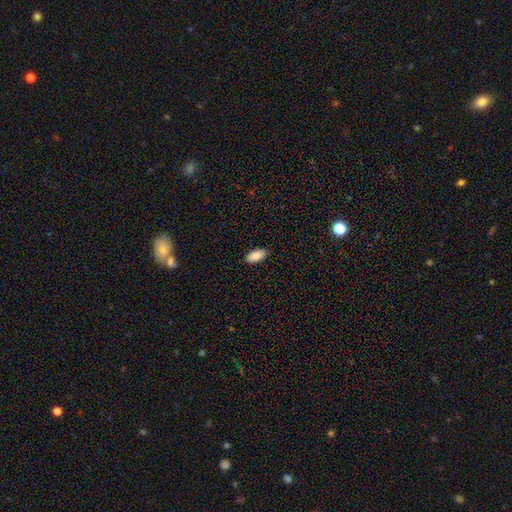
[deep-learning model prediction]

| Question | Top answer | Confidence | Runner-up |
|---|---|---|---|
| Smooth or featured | smooth | 89% | star or artifact (7%) |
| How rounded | in between | 92% | cigar-shaped (6%) |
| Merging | none | 89% | minor disturbance (9%) |